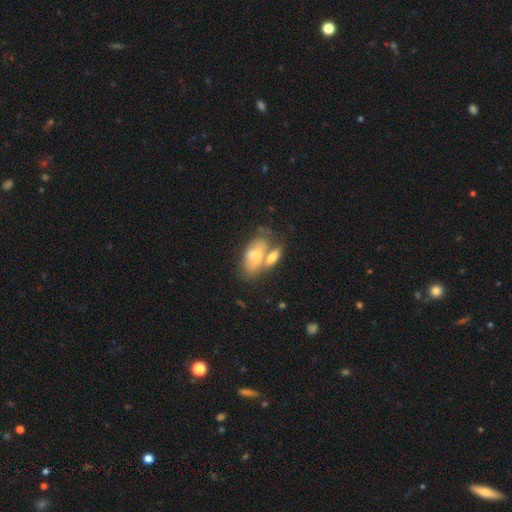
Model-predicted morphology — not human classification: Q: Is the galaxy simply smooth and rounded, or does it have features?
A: smooth — 58%.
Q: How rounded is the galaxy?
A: in between — 87%.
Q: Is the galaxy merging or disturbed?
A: merger — 47%.